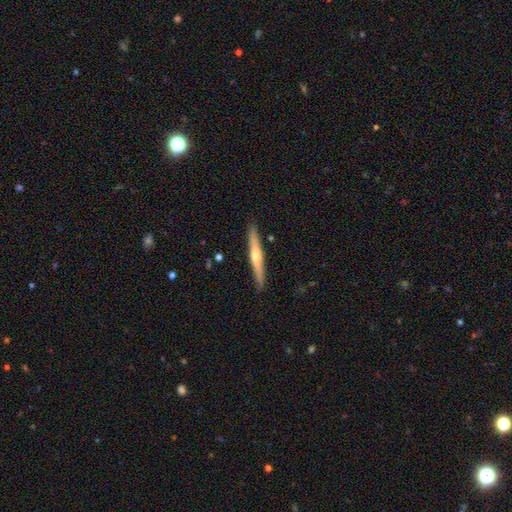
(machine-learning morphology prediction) Smooth or featured: featured or disk — 60% (smooth — 35%)
Edge-on disk: yes — 96% (no — 4%)
Edge-on bulge: rounded — 78% (none — 17%)
Merging: none — 89% (minor disturbance — 9%)